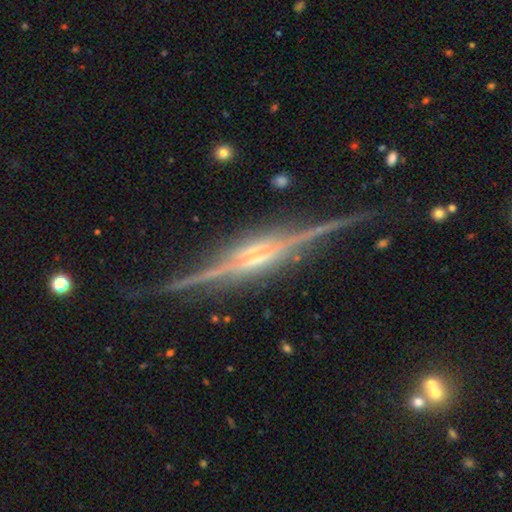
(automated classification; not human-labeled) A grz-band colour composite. It shows a featured or disk galaxy (90%) viewed edge-on (98%) with a rounded central bulge (66%). Merging: none (86%).